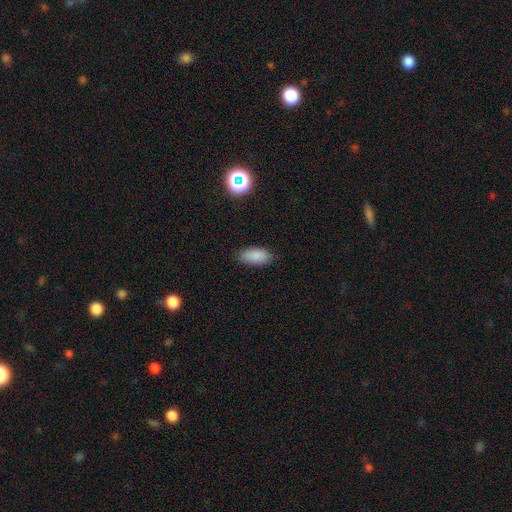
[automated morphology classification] smooth 87%, star or artifact 9%, featured or disk 4%. Down the decision tree: how rounded — in between (91%); merging — none (85%).